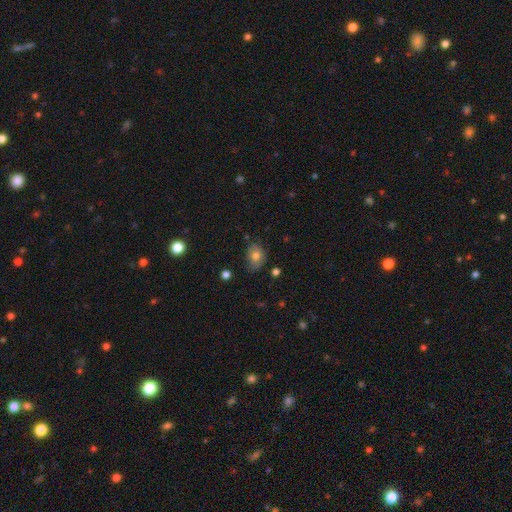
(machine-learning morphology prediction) A smooth galaxy with no disk features (76%) that is in between round and cigar-shaped (66%).

Vote fractions:
- Smooth or featured? smooth: 76% / featured or disk: 13% / star or artifact: 10%
- How rounded? in between: 66% / round: 33% / cigar-shaped: 1%
- Merging? none: 62% / minor disturbance: 29% / major disturbance: 6% / merger: 2%